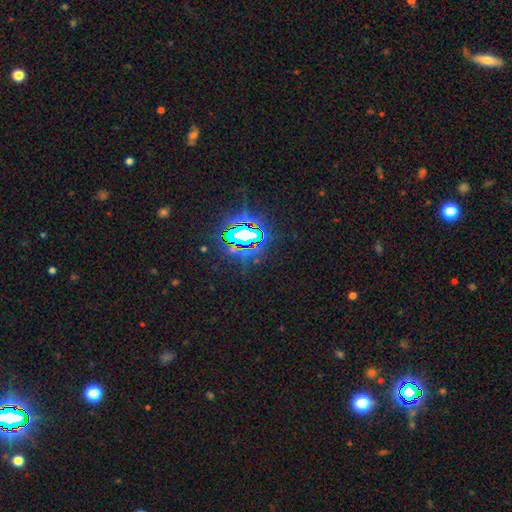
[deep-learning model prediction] This is clearly a star or artifact rather than a galaxy (83%).